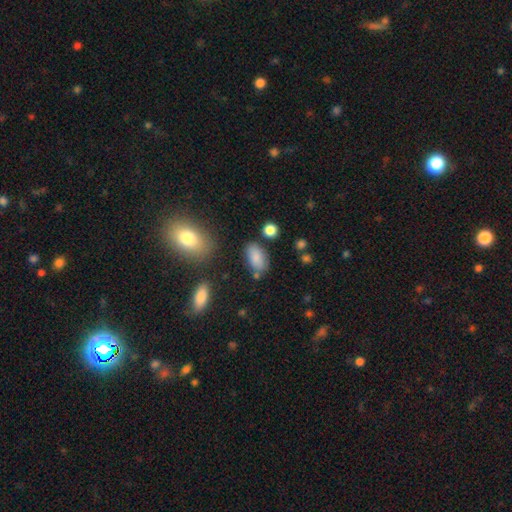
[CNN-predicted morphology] Q: Smooth or featured?
A: smooth (84%); runner-up: star or artifact (8%)
Q: How rounded?
A: in between (92%); runner-up: round (5%)
Q: Merging?
A: none (73%); runner-up: minor disturbance (16%)